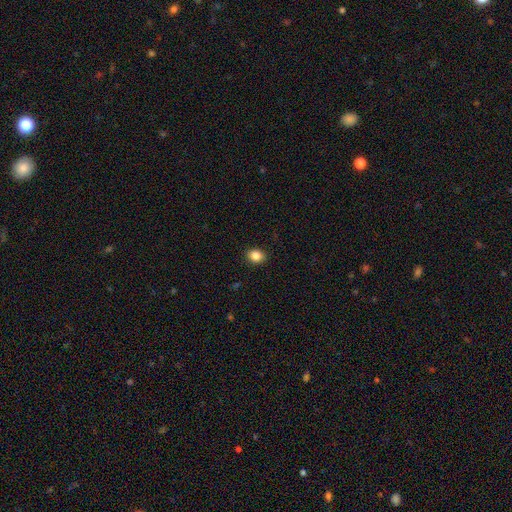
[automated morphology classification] Overall: smooth (86%). How rounded: round (50%; in between 49%). Merging: none (90%).